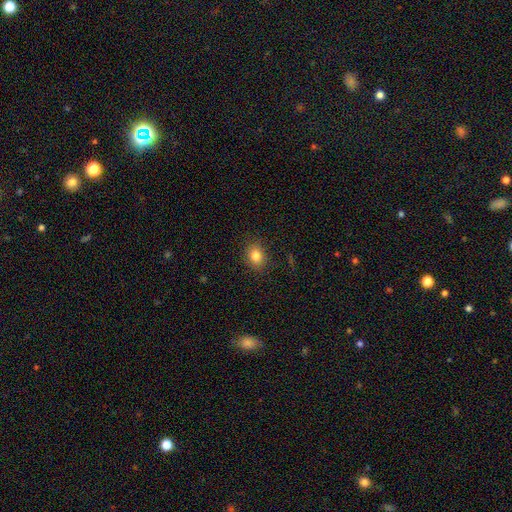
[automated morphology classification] A smooth galaxy with no disk features (82%) that is round (52%). Merging: none (88%).